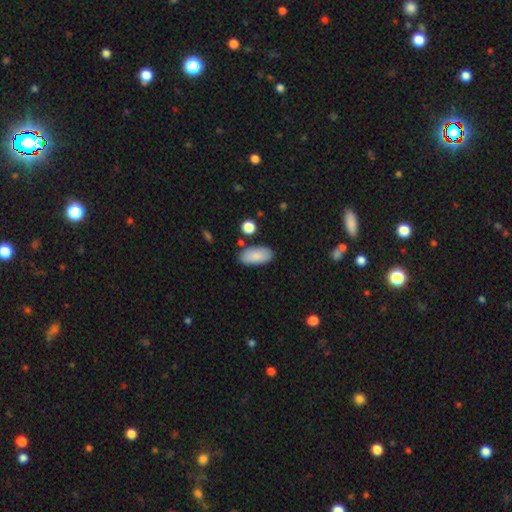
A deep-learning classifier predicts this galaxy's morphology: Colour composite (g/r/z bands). It shows a smooth galaxy with no disk features (86%) that is in between round and cigar-shaped (93%). Merging: none (80%).